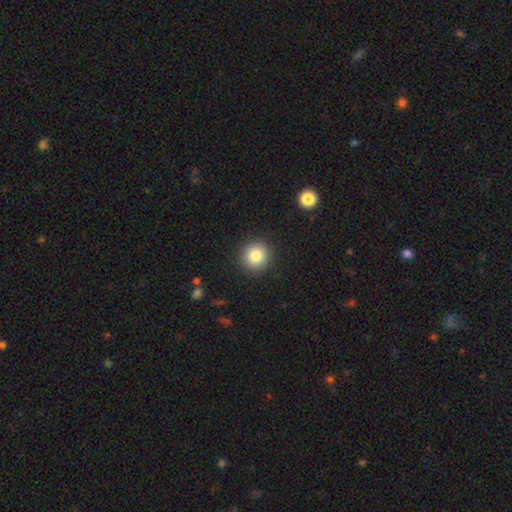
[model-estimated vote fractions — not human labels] A smooth galaxy with no disk features (83%) that is round (93%). Merging: none (91%).